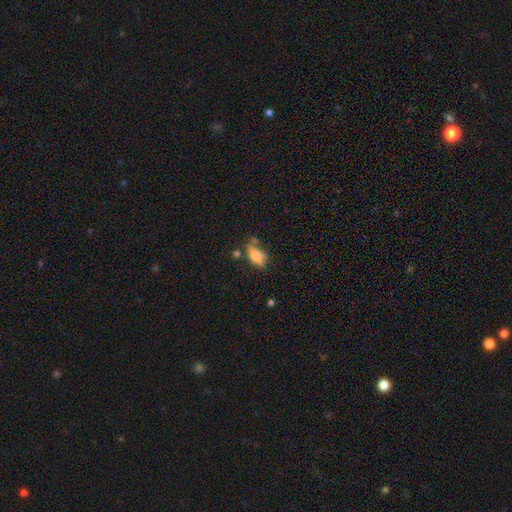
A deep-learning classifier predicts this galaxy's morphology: The model was most divided on "merging": none: 50%, minor disturbance: 26%, merger: 13%, major disturbance: 11%. More confident: how rounded — in between (76%); smooth or featured — smooth (66%).